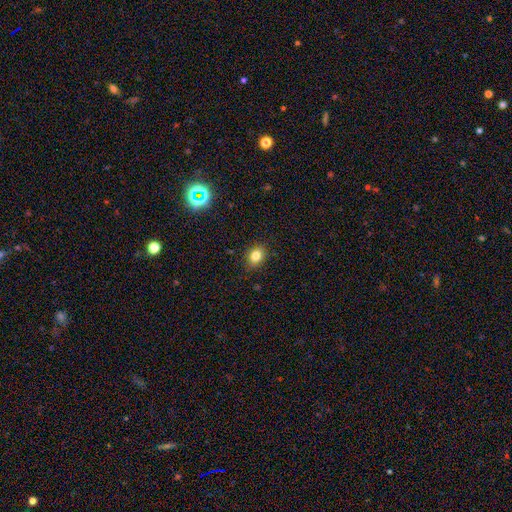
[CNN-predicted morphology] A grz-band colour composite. It shows a smooth galaxy with no disk features (81%) that is in between round and cigar-shaped (62%). Merging: none (87%).